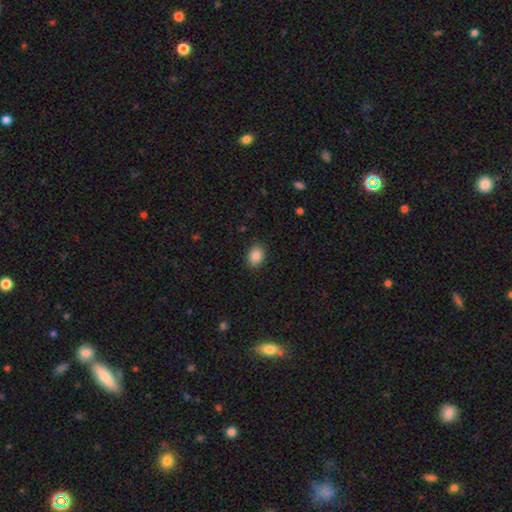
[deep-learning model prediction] The model was most divided on "how rounded": in between: 70%, round: 29%, cigar-shaped: 1%. More confident: smooth or featured — smooth (88%); merging — none (88%).